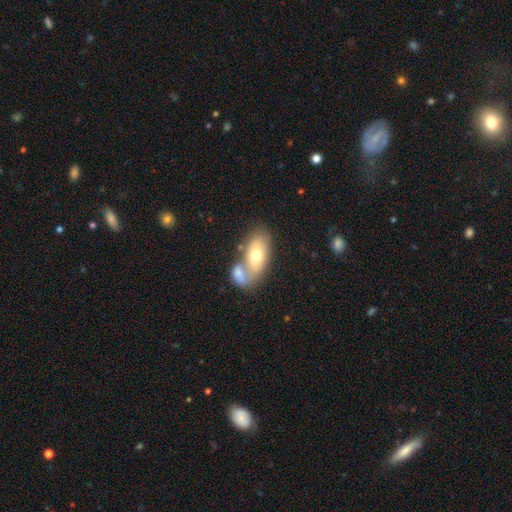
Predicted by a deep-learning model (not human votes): Smooth or featured? Predicted: smooth (p=0.63). How rounded? Predicted: in between (p=0.90). Merging? Predicted: merger (p=0.52).